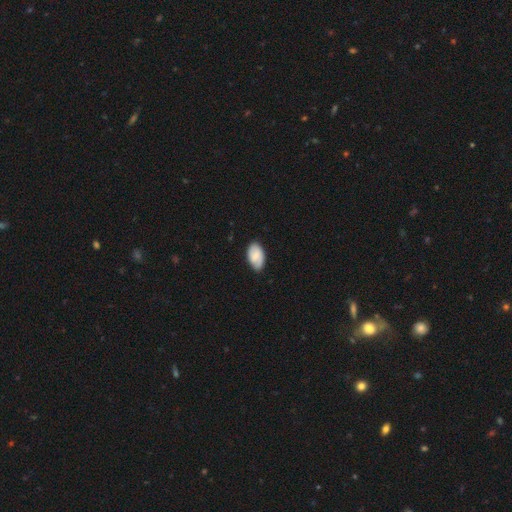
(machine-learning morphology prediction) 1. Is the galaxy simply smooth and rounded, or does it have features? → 64% smooth, 29% featured or disk, 7% star or artifact.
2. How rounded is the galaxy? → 93% in between, 5% round, 2% cigar-shaped.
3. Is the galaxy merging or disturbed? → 74% none, 21% minor disturbance, 4% major disturbance, 1% merger.